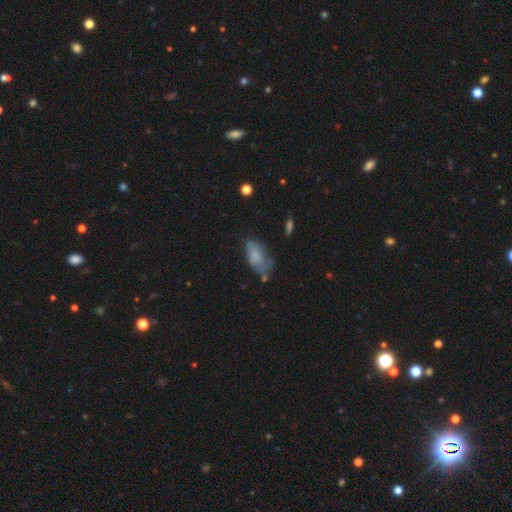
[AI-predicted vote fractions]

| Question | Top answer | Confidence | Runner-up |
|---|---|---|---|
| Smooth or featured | smooth | 67% | featured or disk (23%) |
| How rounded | in between | 90% | cigar-shaped (6%) |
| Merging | none | 43% | minor disturbance (33%) |